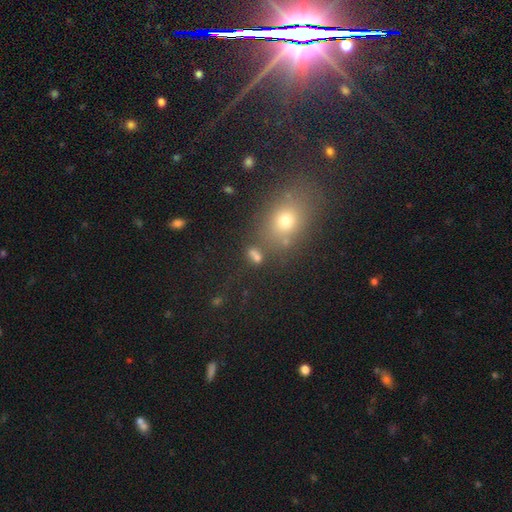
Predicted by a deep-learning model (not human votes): Smooth or featured? Predicted: smooth (p=0.69). How rounded? Predicted: in between (p=0.62). Merging? Predicted: none (p=0.61).